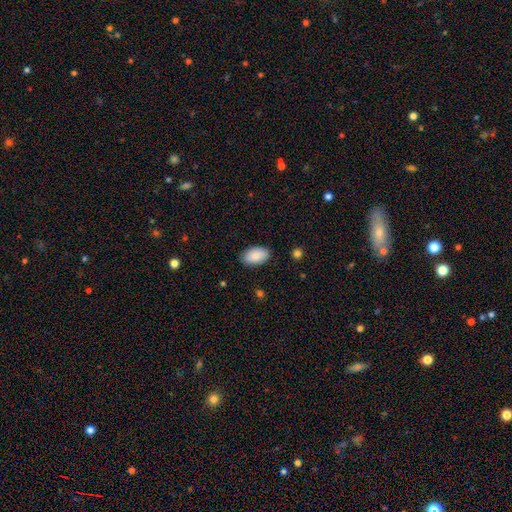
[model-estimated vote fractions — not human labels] Smooth or featured?
  - smooth: 89% *
  - star or artifact: 6%
  - featured or disk: 5%
How rounded?
  - in between: 95% *
  - round: 4%
  - cigar-shaped: 1%
Merging?
  - none: 87% *
  - minor disturbance: 10%
  - major disturbance: 2%
  - merger: 1%